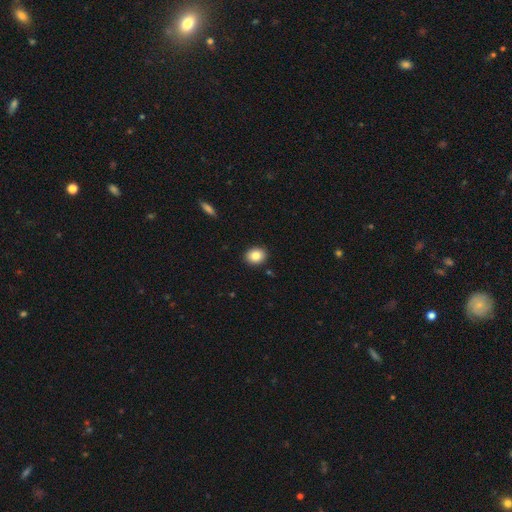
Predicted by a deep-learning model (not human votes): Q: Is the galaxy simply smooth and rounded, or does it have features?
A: smooth — 84%.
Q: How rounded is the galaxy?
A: round — 60%.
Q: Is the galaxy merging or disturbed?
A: none — 90%.